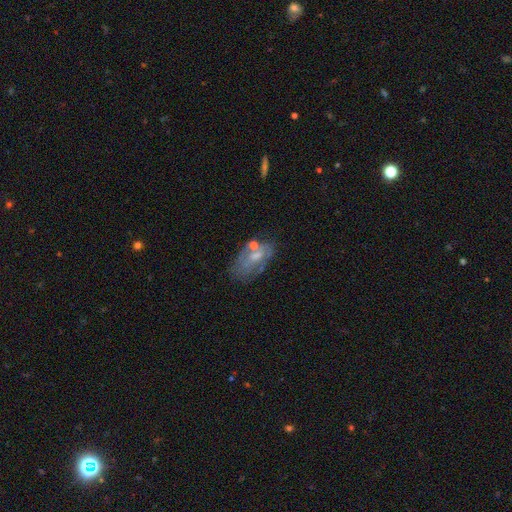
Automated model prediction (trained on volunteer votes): This is possibly a featured or disk galaxy (54%). It is clearly not viewed edge-on (91%). Merging: possibly none (58%).